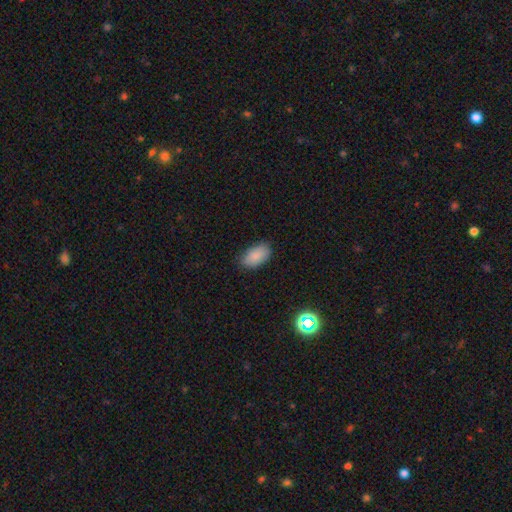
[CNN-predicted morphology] smooth-or-featured: smooth: 88% | star or artifact: 8% | featured or disk: 5%
  how-rounded: in between: 94% | round: 4% | cigar-shaped: 2%
  merging: none: 83% | minor disturbance: 13% | major disturbance: 3% | merger: 1%